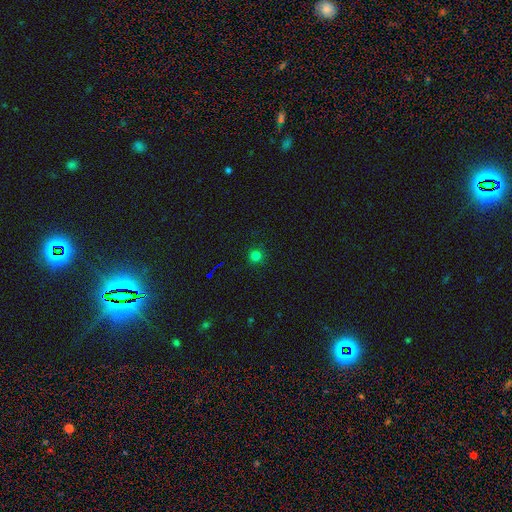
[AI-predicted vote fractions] smooth 76%, star or artifact 19%, featured or disk 5%. Down the decision tree: how rounded — round (95%); merging — none (89%).